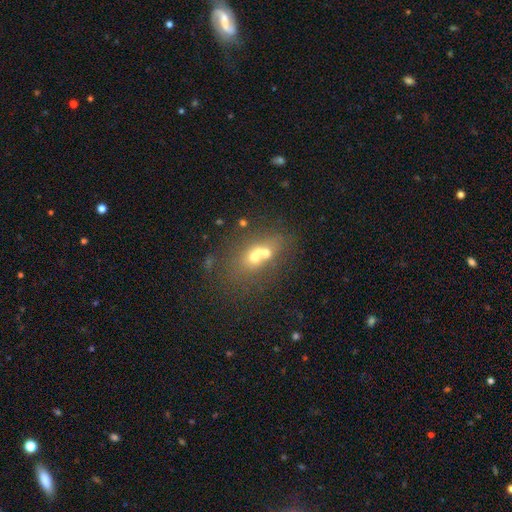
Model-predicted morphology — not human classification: smooth-or-featured: smooth: 49% | featured or disk: 34% | star or artifact: 17%
  merging: merger: 55% | none: 32% | minor disturbance: 8% | major disturbance: 5%